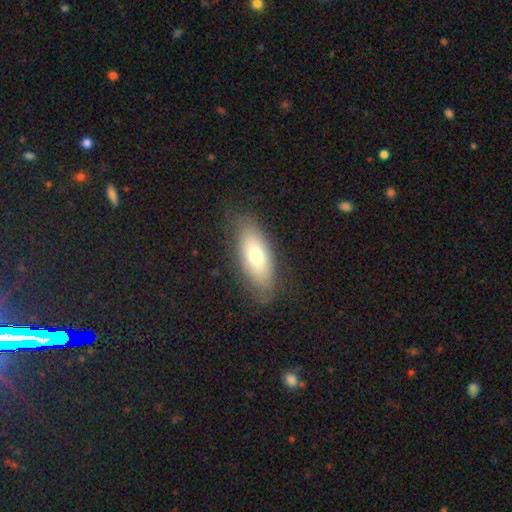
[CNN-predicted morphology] This appears to be a smooth galaxy with no disk features (66%) that is in between round and cigar-shaped (79%). Merging: none (79%).